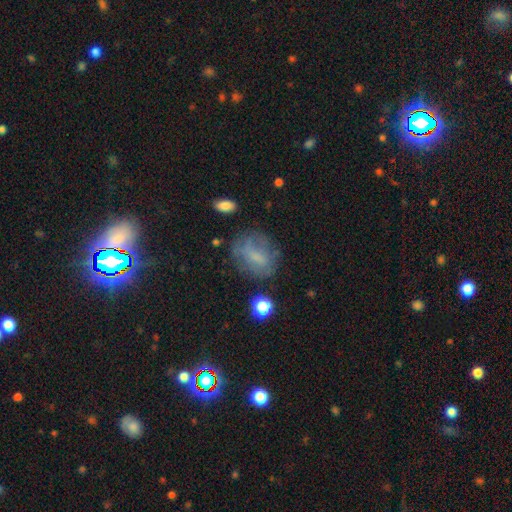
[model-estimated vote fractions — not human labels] Smooth or featured: smooth — 57% (featured or disk — 31%)
How rounded: in between — 55% (round — 43%)
Merging: none — 57% (minor disturbance — 23%)